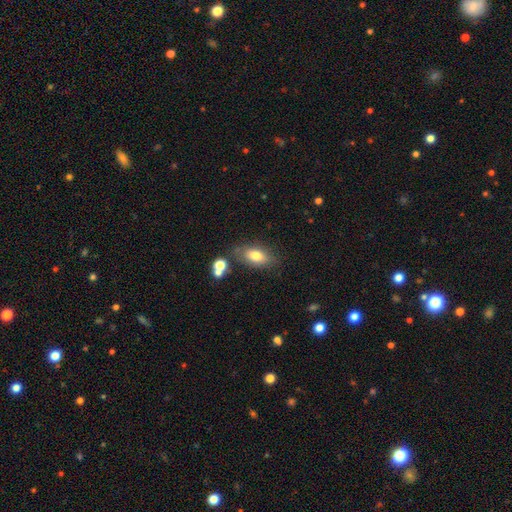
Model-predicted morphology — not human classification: type=smooth (76%); roundness=in between (86%); merging=none (71%).